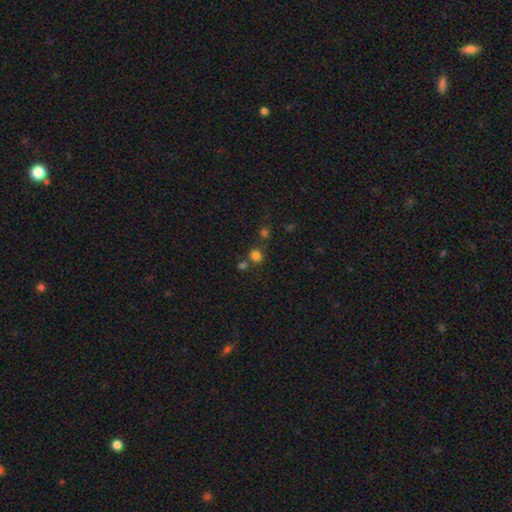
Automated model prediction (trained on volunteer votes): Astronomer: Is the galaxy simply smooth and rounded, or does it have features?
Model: smooth — 74%.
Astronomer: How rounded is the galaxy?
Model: round — 86%.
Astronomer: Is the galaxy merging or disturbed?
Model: none — 65%.